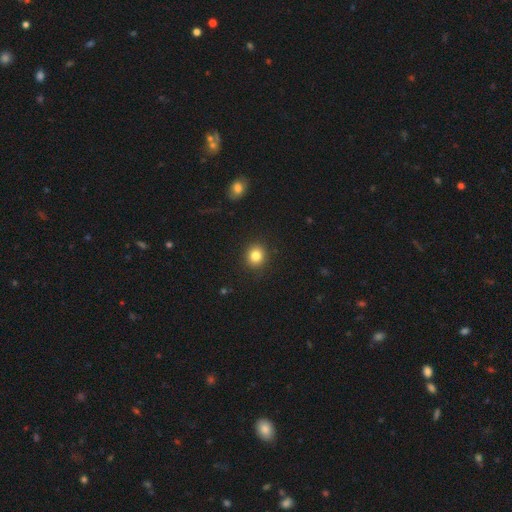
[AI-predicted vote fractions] Overall: smooth (83%). How rounded: round (83%). Merging: none (91%).